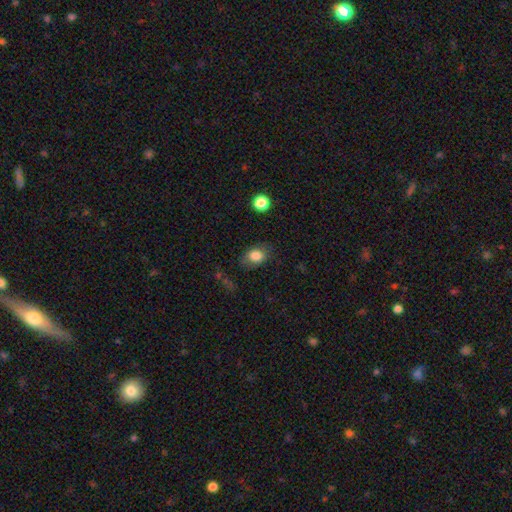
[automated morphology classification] Smooth or featured? Predicted: smooth (p=0.81). How rounded? Predicted: in between (p=0.74). Merging? Predicted: none (p=0.74).